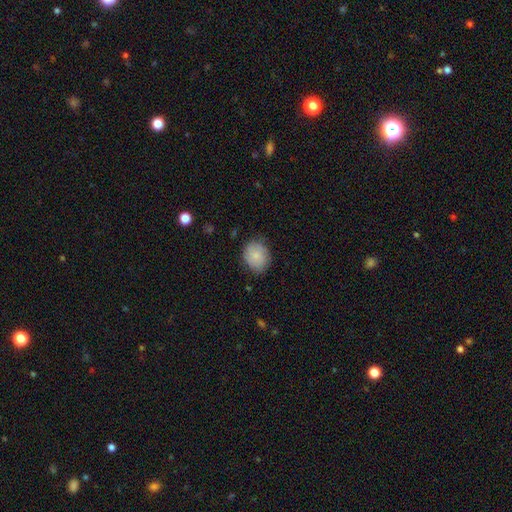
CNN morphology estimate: Overall: smooth (83%). How rounded: round (63%; in between 36%). Merging: none (78%).